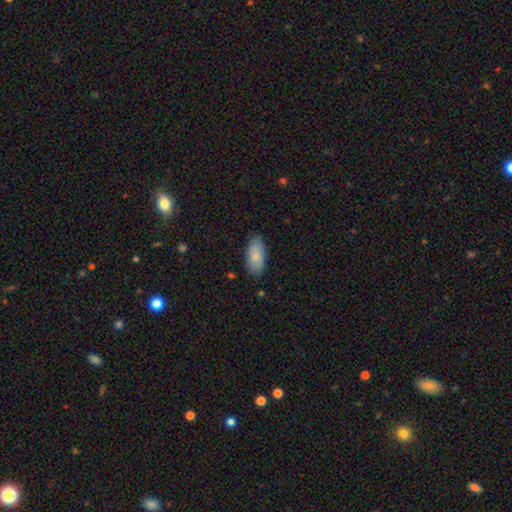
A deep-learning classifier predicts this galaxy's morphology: Q: Smooth or featured?
A: smooth (83%); runner-up: featured or disk (11%)
Q: How rounded?
A: in between (92%); runner-up: cigar-shaped (6%)
Q: Merging?
A: none (83%); runner-up: minor disturbance (13%)